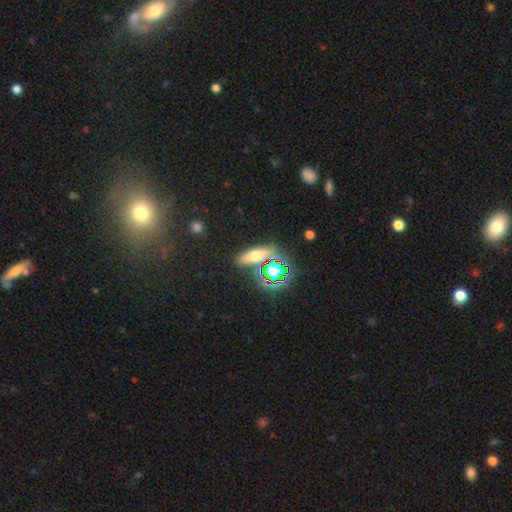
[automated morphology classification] smooth_or_featured: smooth (p=0.51) [alt: star or artifact p=0.28]
how_rounded: cigar-shaped (p=0.47) [alt: in between p=0.40]
merging: none (p=0.79) [alt: minor disturbance p=0.10]